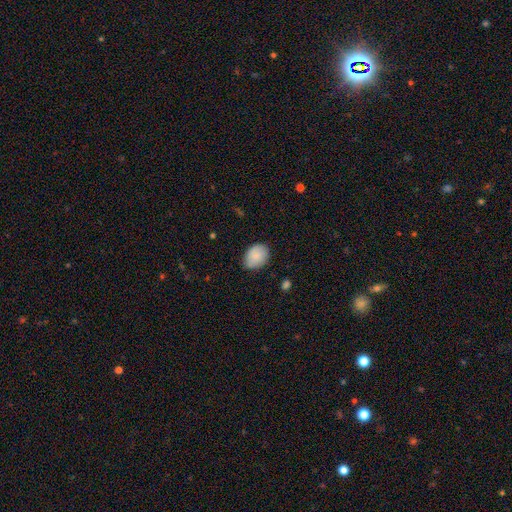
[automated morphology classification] Smooth or featured?
  - smooth: 86% *
  - featured or disk: 7%
  - star or artifact: 7%
How rounded?
  - in between: 68% *
  - round: 31%
  - cigar-shaped: 1%
Merging?
  - none: 72% *
  - minor disturbance: 23%
  - major disturbance: 4%
  - merger: 1%